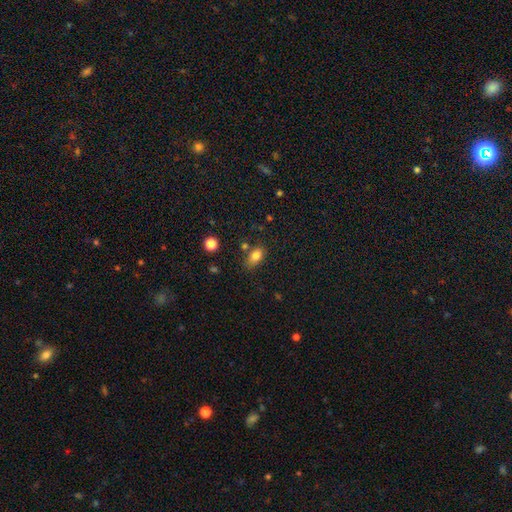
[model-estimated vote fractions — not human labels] This is clearly a smooth galaxy (82%). How rounded: clearly in between (86%). Merging: likely none (71%).